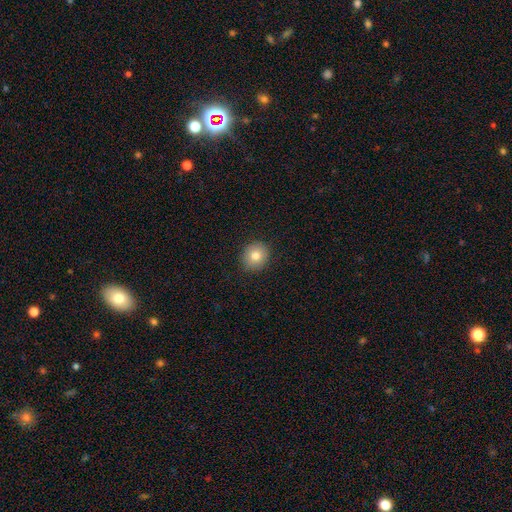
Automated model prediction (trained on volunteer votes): smooth 80%, star or artifact 10%, featured or disk 10%. Down the decision tree: how rounded — round (83%); merging — none (89%).